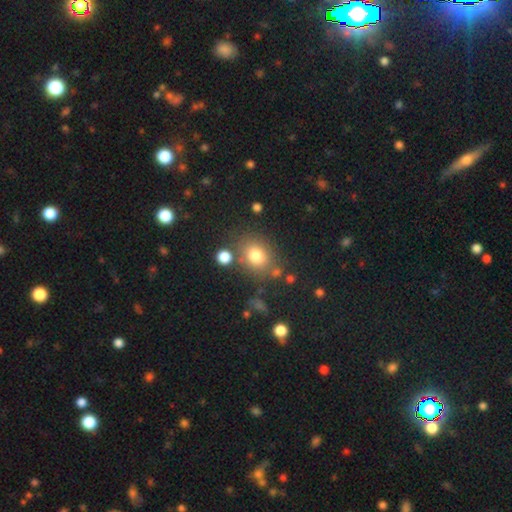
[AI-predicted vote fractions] Morphology: type=smooth (77%); roundness=round (58%); merging=none (72%).